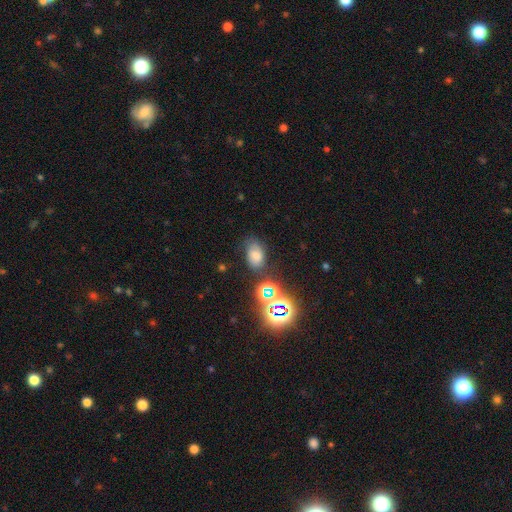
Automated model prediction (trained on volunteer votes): Overall: smooth (60%; star or artifact 25%). How rounded: in between (84%). Merging: none (64%).